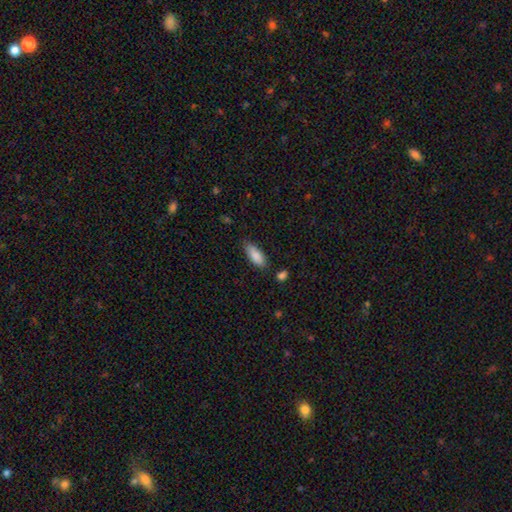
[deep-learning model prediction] Smooth or featured? Predicted: smooth (p=0.86). How rounded? Predicted: in between (p=0.76). Merging? Predicted: none (p=0.72).